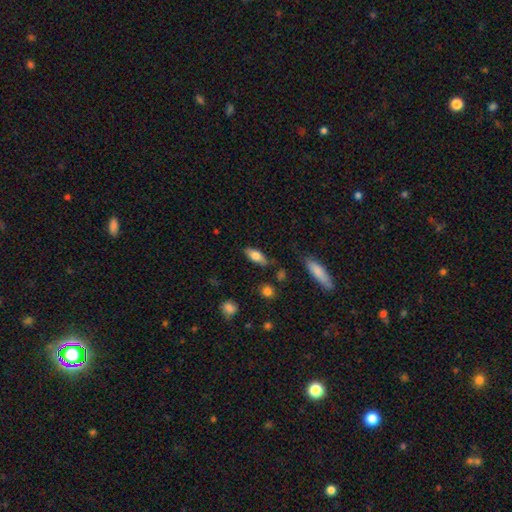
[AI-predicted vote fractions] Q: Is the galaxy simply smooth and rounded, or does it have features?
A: smooth — 66%.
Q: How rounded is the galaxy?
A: in between — 71%.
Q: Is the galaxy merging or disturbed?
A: none — 79%.